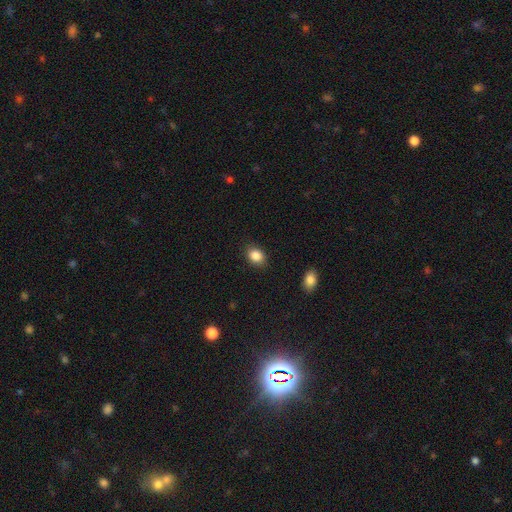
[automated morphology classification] This appears to be a smooth galaxy with no disk features (87%) that is in between round and cigar-shaped (60%). Merging: none (86%).